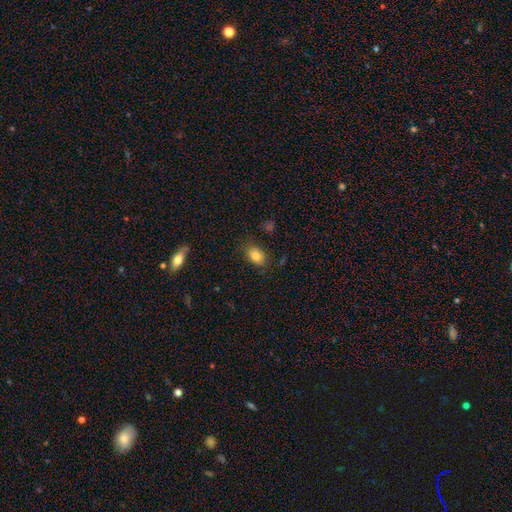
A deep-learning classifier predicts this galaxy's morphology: smooth_or_featured: smooth (p=0.83) [alt: star or artifact p=0.09]
how_rounded: in between (p=0.79) [alt: round p=0.19]
merging: none (p=0.80) [alt: minor disturbance p=0.14]